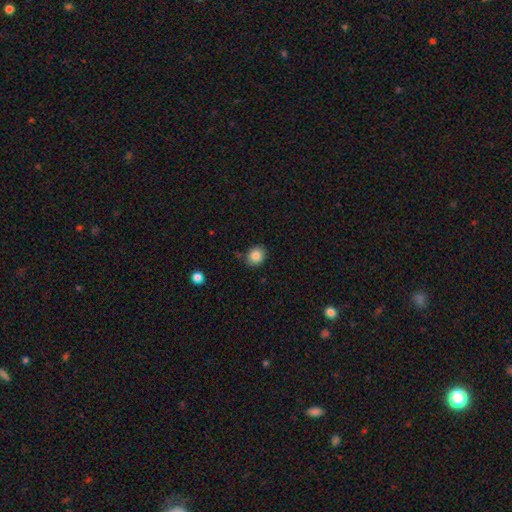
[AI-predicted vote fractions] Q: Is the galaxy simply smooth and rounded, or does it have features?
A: smooth — 84%.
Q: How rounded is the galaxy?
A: round — 74%.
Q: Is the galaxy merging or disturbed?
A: none — 81%.